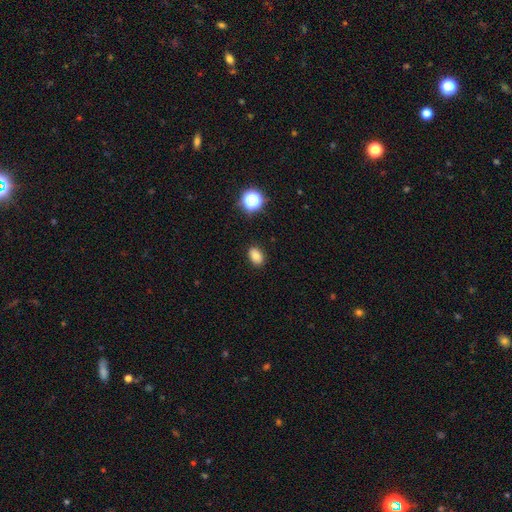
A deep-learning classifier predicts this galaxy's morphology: This appears to be a smooth galaxy with no disk features (82%) that is in between round and cigar-shaped (79%). Merging: none (88%).